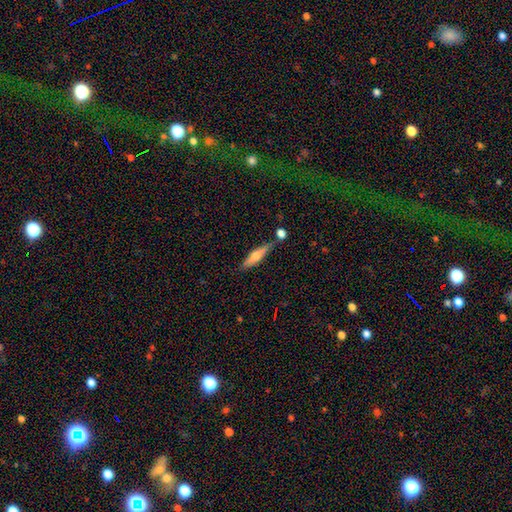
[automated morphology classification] This appears to be a smooth galaxy with no disk features (48%). Merging: none (69%).